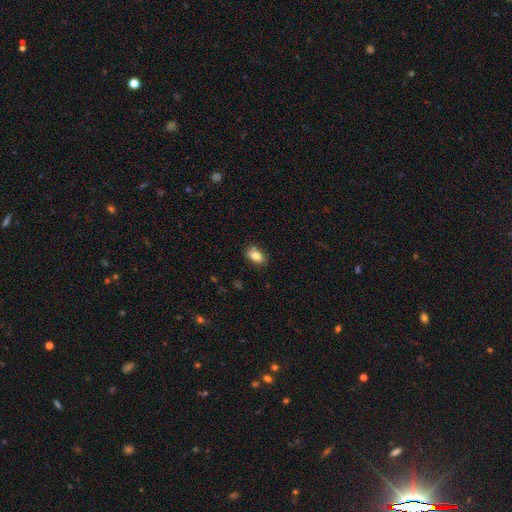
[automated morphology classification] Smooth or featured?
  - smooth: 82% *
  - featured or disk: 10%
  - star or artifact: 9%
How rounded?
  - in between: 86% *
  - round: 11%
  - cigar-shaped: 2%
Merging?
  - none: 78% *
  - minor disturbance: 14%
  - merger: 5%
  - major disturbance: 3%